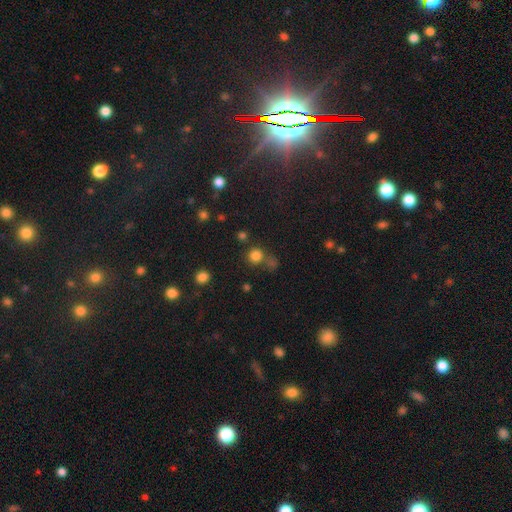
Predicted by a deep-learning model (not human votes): Q: Smooth or featured?
A: smooth (77%); runner-up: star or artifact (18%)
Q: How rounded?
A: round (91%); runner-up: in between (8%)
Q: Merging?
A: none (67%); runner-up: merger (19%)